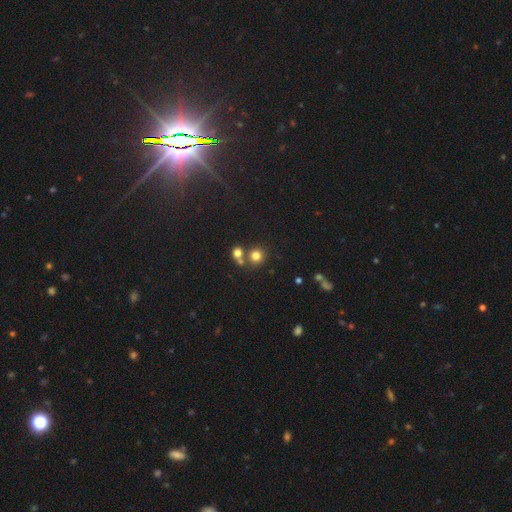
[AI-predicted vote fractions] Smooth or featured?
  - smooth: 76% *
  - star or artifact: 15%
  - featured or disk: 8%
How rounded?
  - round: 88% *
  - in between: 11%
  - cigar-shaped: 1%
Merging?
  - none: 60% *
  - merger: 30%
  - minor disturbance: 7%
  - major disturbance: 3%